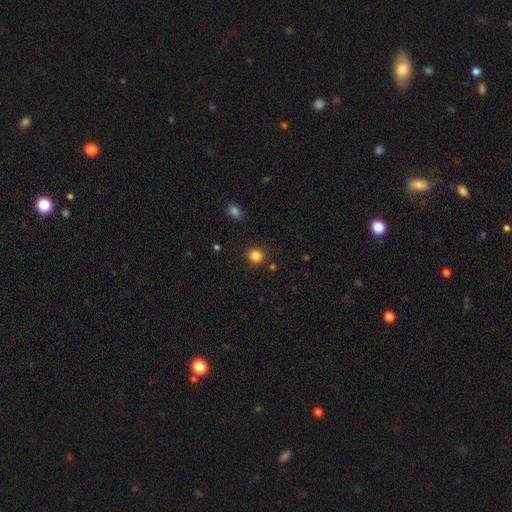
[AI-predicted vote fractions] Smooth or featured?
  - smooth: 84% *
  - star or artifact: 12%
  - featured or disk: 4%
How rounded?
  - round: 91% *
  - in between: 8%
  - cigar-shaped: 1%
Merging?
  - none: 90% *
  - minor disturbance: 6%
  - merger: 2%
  - major disturbance: 2%